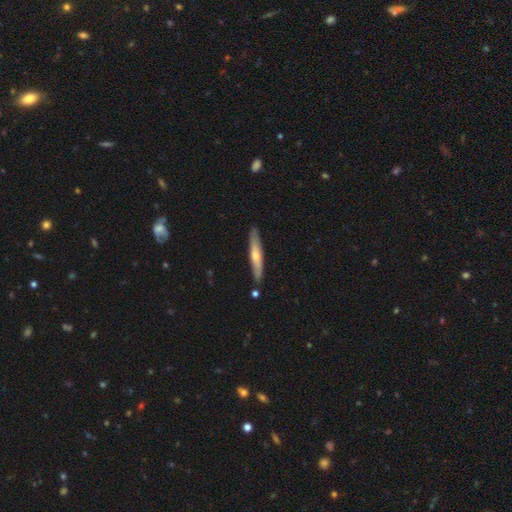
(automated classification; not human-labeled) Q: Smooth or featured?
A: smooth (50%); runner-up: featured or disk (45%)
Q: Merging?
A: none (85%); runner-up: minor disturbance (10%)